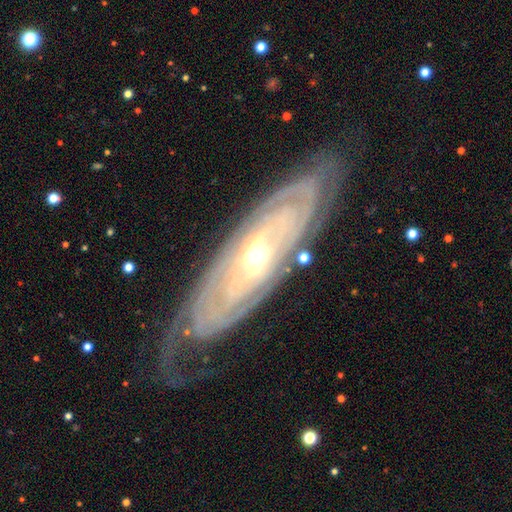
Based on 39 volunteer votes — Overall: featured or disk (92%). Edge-on disk: no (89%). Bar: weak (44%; strong 38%). Spiral arms: yes (97%). Spiral arm count: 2 (39%; can't tell 35%). Spiral winding: tight (81%). Bulge size: moderate (50%; small 47%). Merging: none (66%).